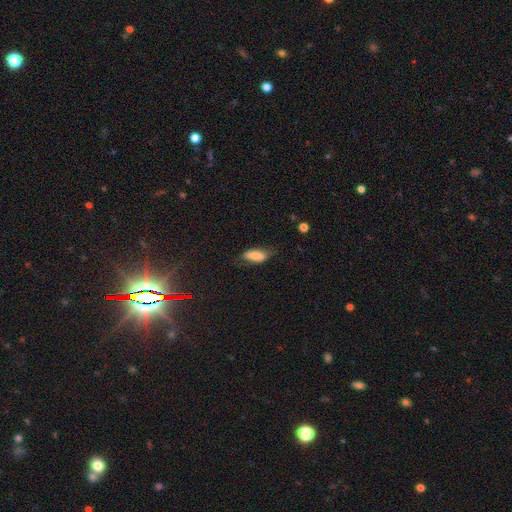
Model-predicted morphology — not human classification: Smooth or featured? smooth (75%)
How rounded? in between (77%)
Merging? none (53%)